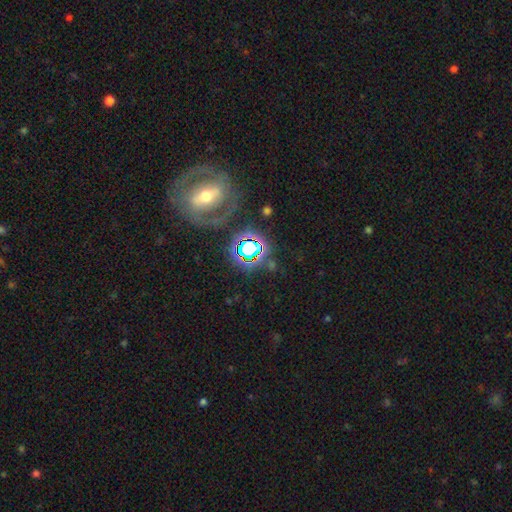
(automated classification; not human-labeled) smooth_or_featured: star or artifact (p=0.50) [alt: featured or disk p=0.27]